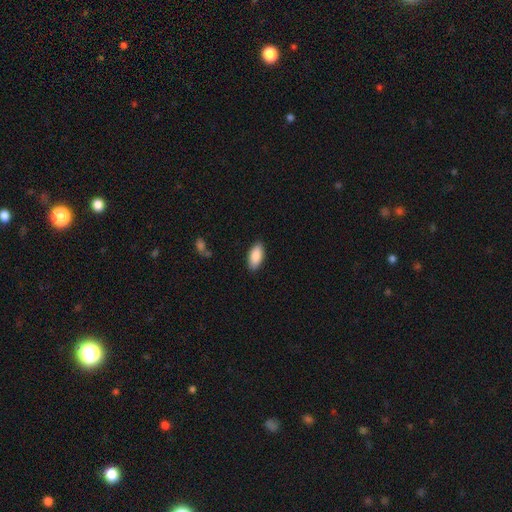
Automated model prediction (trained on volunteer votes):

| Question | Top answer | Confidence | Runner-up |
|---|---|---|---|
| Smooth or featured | smooth | 88% | featured or disk (6%) |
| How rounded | in between | 90% | cigar-shaped (8%) |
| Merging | none | 88% | minor disturbance (9%) |